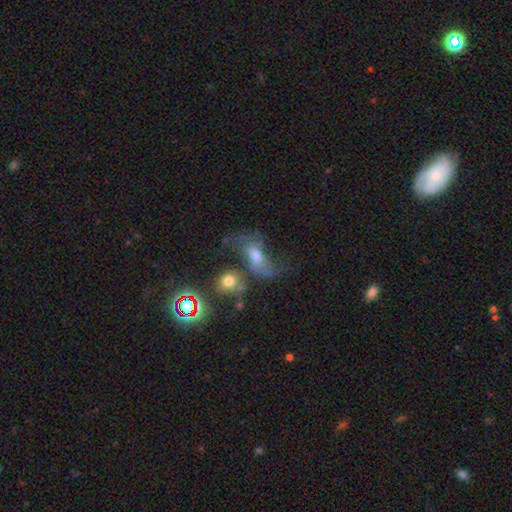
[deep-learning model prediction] A featured or disk galaxy (49%). Merging: none (30%).